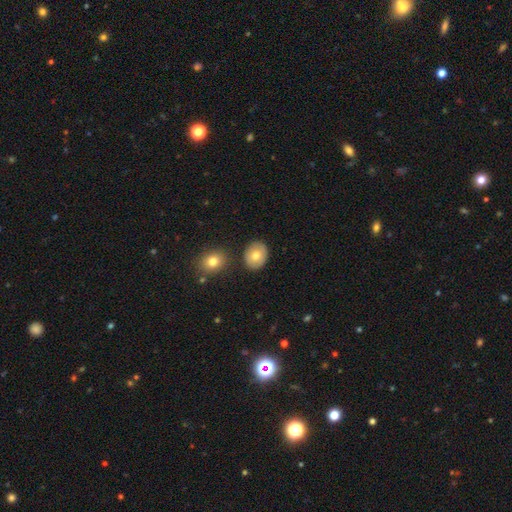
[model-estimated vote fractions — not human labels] A smooth galaxy with no disk features (74%) that is round (53%).

Vote fractions:
- Smooth or featured? smooth: 74% / featured or disk: 19% / star or artifact: 7%
- How rounded? round: 53% / in between: 46% / cigar-shaped: 1%
- Merging? none: 84% / minor disturbance: 9% / merger: 5% / major disturbance: 2%